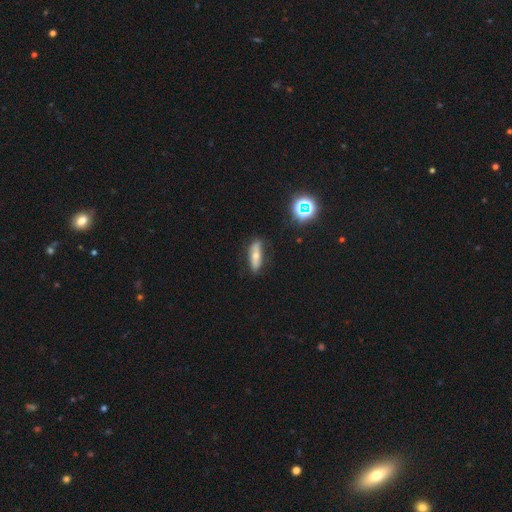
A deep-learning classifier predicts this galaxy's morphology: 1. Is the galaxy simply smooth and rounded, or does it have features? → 50% smooth, 39% featured or disk, 10% star or artifact.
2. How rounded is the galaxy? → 49% in between, 48% cigar-shaped, 4% round.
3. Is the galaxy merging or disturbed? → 77% none, 17% minor disturbance, 4% major disturbance, 2% merger.